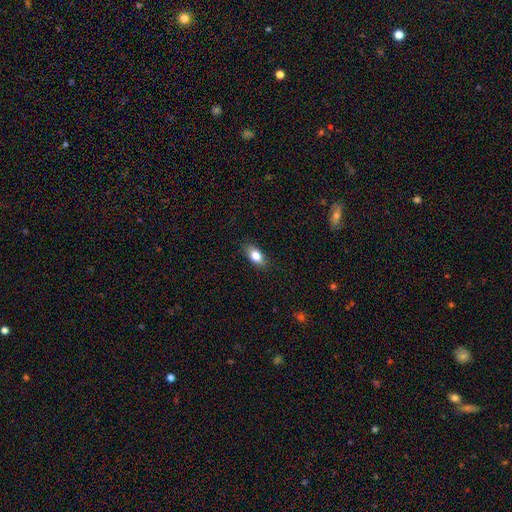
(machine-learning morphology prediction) A smooth galaxy with no disk features (81%) that is in between round and cigar-shaped (87%).

Vote fractions:
- Smooth or featured? smooth: 81% / featured or disk: 11% / star or artifact: 8%
- How rounded? in between: 87% / round: 7% / cigar-shaped: 6%
- Merging? none: 84% / minor disturbance: 13% / major disturbance: 3% / merger: 1%